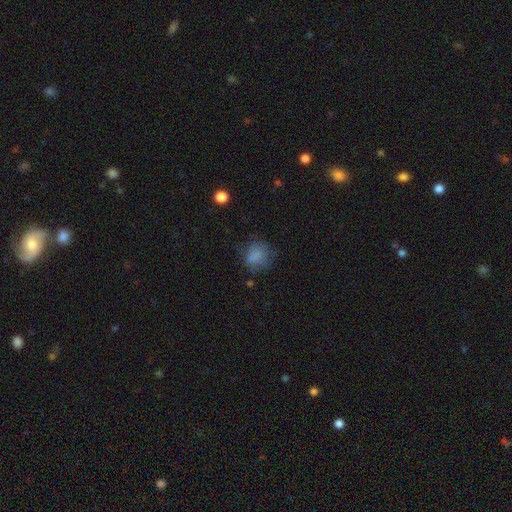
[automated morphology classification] A smooth galaxy with no disk features (76%) that is round (69%). Merging: none (57%).